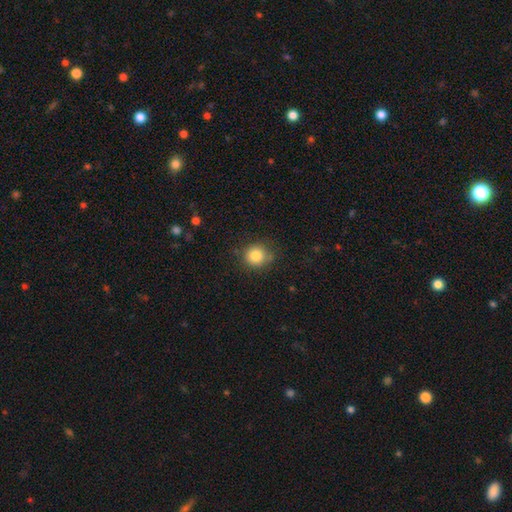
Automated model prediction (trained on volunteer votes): smooth_or_featured: smooth (p=0.84) [alt: star or artifact p=0.10]
how_rounded: round (p=0.87) [alt: in between p=0.12]
merging: none (p=0.77) [alt: minor disturbance p=0.17]